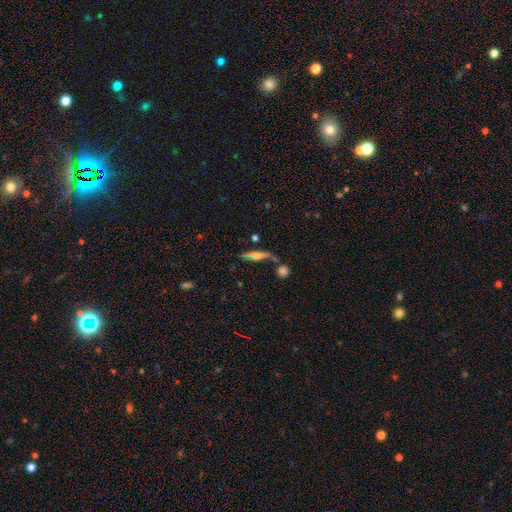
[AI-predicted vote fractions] smooth-or-featured: featured or disk: 59% | smooth: 33% | star or artifact: 8%
  disk-edge-on: yes: 94% | no: 6%
    edge-on-bulge: rounded: 79% | boxy: 11% | none: 10%
  merging: none: 71% | minor disturbance: 14% | merger: 11% | major disturbance: 4%